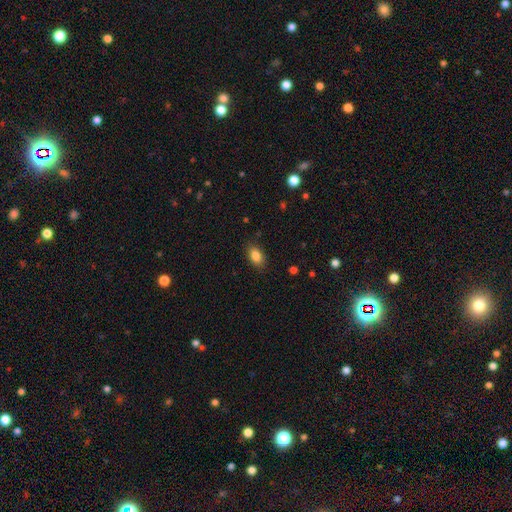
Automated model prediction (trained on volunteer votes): This is clearly a smooth galaxy (86%). How rounded: clearly in between (87%). Merging: clearly none (86%).